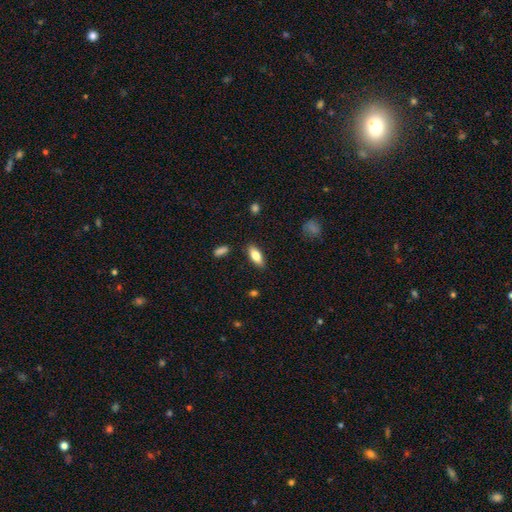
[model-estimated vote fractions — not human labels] A smooth galaxy with no disk features (75%) that is in between round and cigar-shaped (76%).

Vote fractions:
- Smooth or featured? smooth: 75% / featured or disk: 19% / star or artifact: 7%
- How rounded? in between: 76% / cigar-shaped: 22% / round: 2%
- Merging? none: 86% / minor disturbance: 10% / major disturbance: 2% / merger: 2%